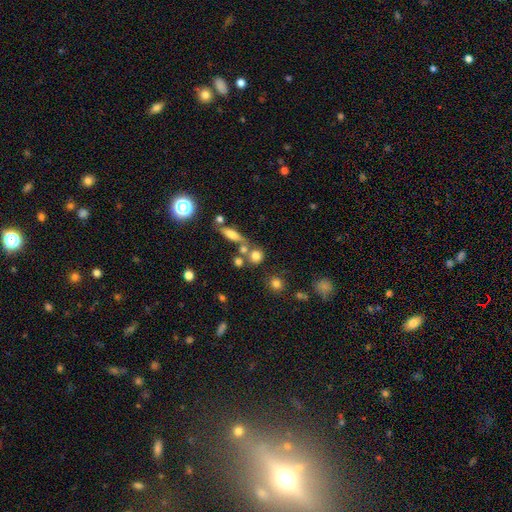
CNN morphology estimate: Q: Smooth or featured?
A: smooth (75%); runner-up: star or artifact (13%)
Q: How rounded?
A: round (79%); runner-up: in between (16%)
Q: Merging?
A: none (57%); runner-up: merger (28%)